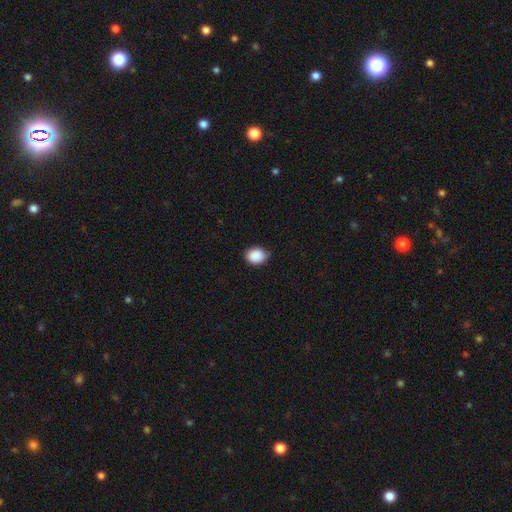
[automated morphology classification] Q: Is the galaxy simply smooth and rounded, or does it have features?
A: smooth — 90%.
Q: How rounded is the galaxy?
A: in between — 58%.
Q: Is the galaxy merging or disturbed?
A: none — 79%.